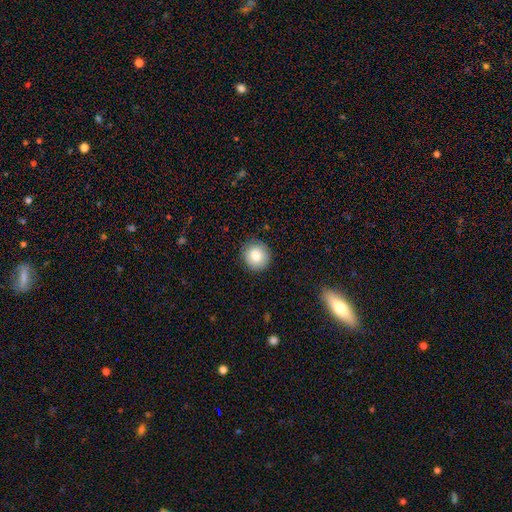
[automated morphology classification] smooth-or-featured: smooth: 82% | featured or disk: 10% | star or artifact: 9%
  how-rounded: round: 92% | in between: 7% | cigar-shaped: 1%
  merging: none: 88% | minor disturbance: 9% | major disturbance: 2% | merger: 1%